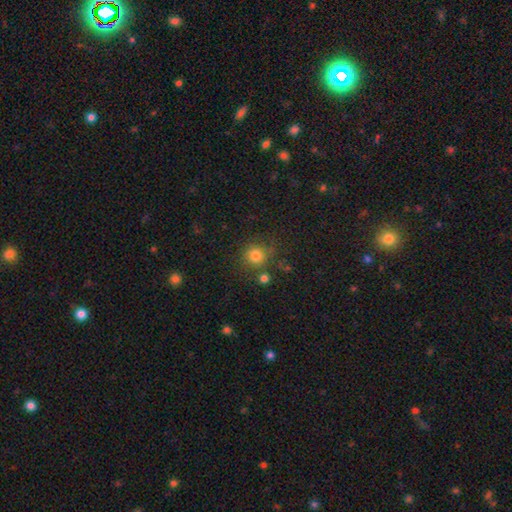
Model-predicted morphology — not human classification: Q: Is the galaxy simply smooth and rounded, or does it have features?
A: smooth — 79%.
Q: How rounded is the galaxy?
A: round — 91%.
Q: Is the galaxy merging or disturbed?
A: none — 77%.